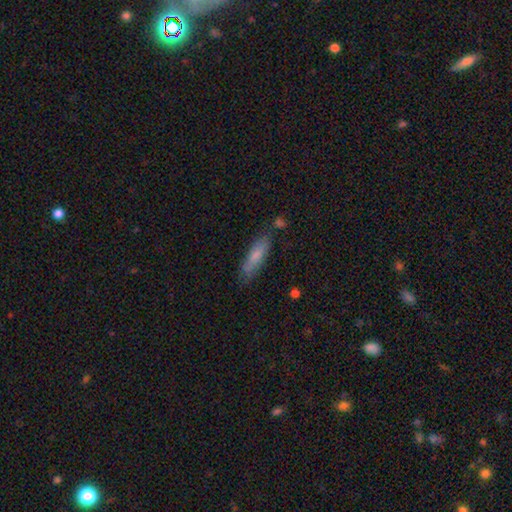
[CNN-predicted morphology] smooth_or_featured: smooth (p=0.73) [alt: featured or disk p=0.21]
how_rounded: cigar-shaped (p=0.71) [alt: in between p=0.27]
merging: none (p=0.72) [alt: minor disturbance p=0.18]